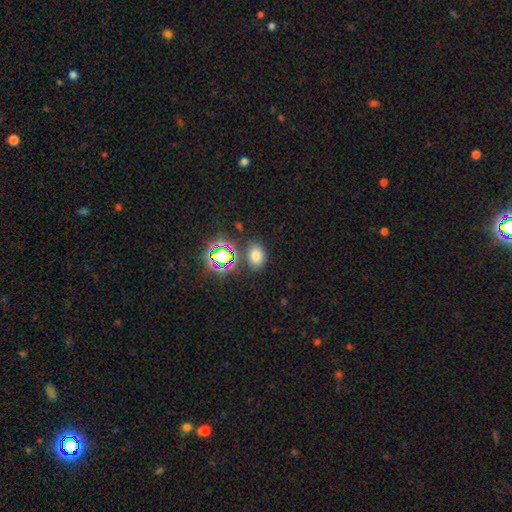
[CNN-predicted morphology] Overall: smooth (69%). How rounded: in between (75%). Merging: none (78%).